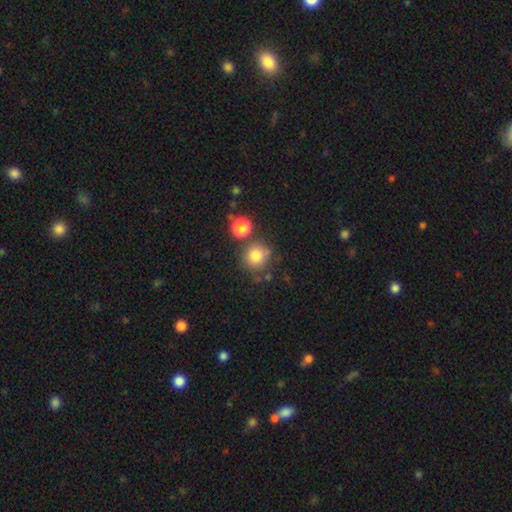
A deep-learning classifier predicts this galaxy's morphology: type=smooth (78%); roundness=round (90%); merging=none (70%).